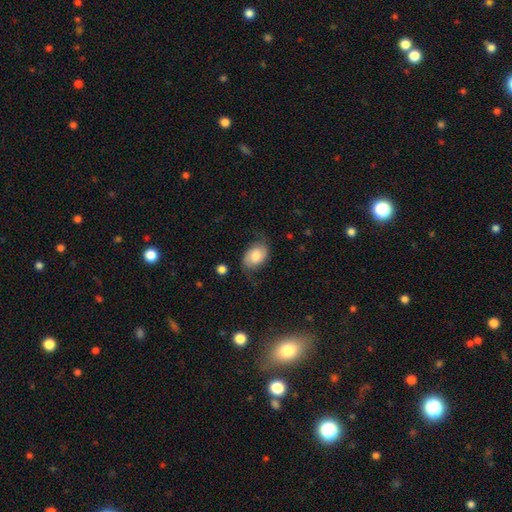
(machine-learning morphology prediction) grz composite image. It shows a featured or disk galaxy (51%). Merging: none (63%).